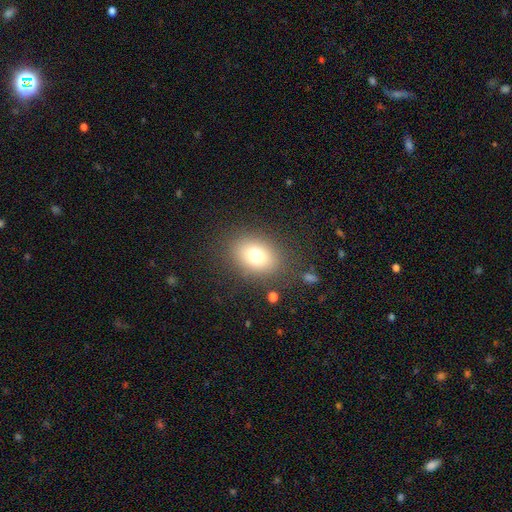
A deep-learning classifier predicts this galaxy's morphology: Smooth or featured: smooth — 75% (star or artifact — 12%)
How rounded: in between — 65% (round — 34%)
Merging: none — 83% (minor disturbance — 10%)